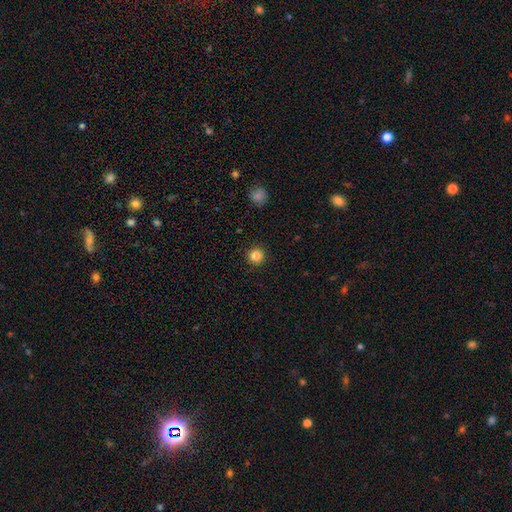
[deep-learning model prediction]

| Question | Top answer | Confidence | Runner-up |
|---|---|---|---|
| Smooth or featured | smooth | 85% | star or artifact (11%) |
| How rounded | round | 95% | in between (4%) |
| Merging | none | 92% | minor disturbance (5%) |